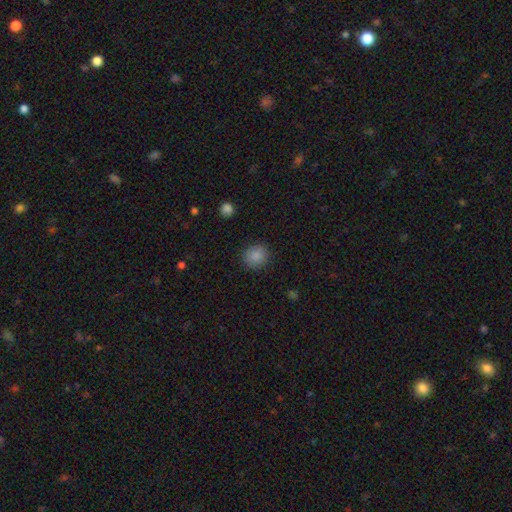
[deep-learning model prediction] Smooth or featured?
  - smooth: 86% *
  - star or artifact: 9%
  - featured or disk: 4%
How rounded?
  - round: 79% *
  - in between: 20%
  - cigar-shaped: 1%
Merging?
  - none: 88% *
  - minor disturbance: 8%
  - major disturbance: 3%
  - merger: 1%